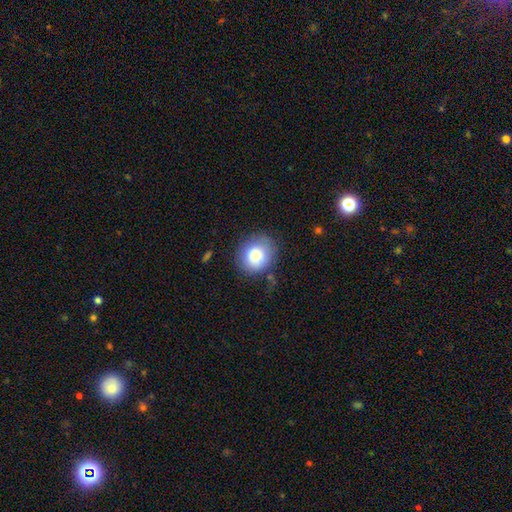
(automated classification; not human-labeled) Smooth or featured?
  - smooth: 80% *
  - featured or disk: 11%
  - star or artifact: 9%
How rounded?
  - round: 75% *
  - in between: 24%
  - cigar-shaped: 1%
Merging?
  - none: 75% *
  - minor disturbance: 16%
  - major disturbance: 6%
  - merger: 2%